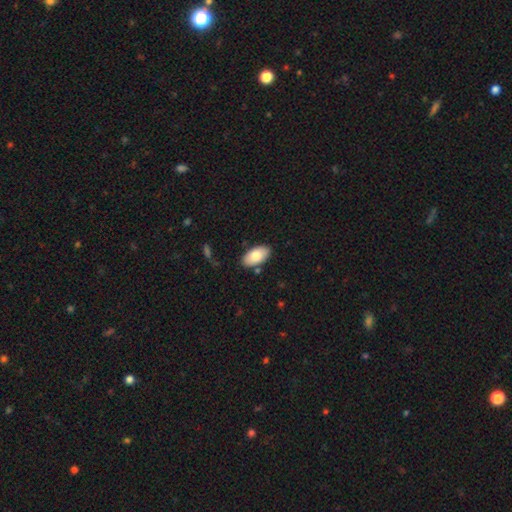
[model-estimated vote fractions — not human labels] A smooth galaxy with no disk features (82%) that is in between round and cigar-shaped (95%). Merging: none (84%).